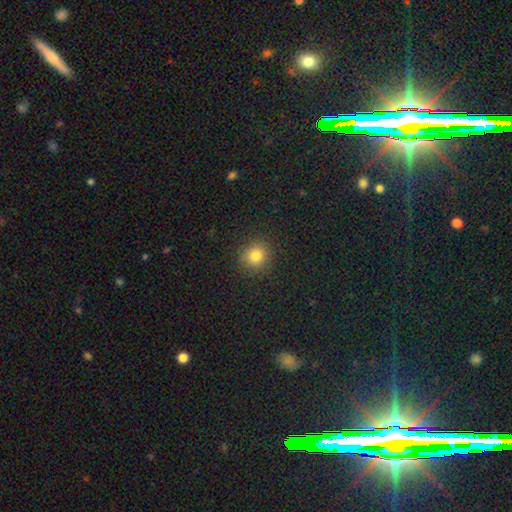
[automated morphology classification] The model was most divided on "smooth or featured": smooth: 81%, star or artifact: 14%, featured or disk: 6%. More confident: merging — none (90%); how rounded — round (88%).